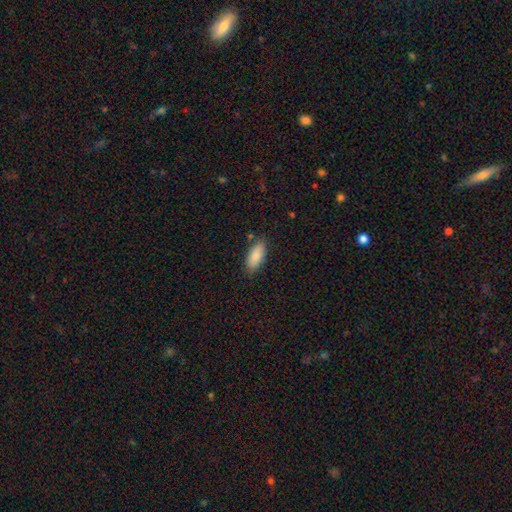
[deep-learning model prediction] Q: Smooth or featured?
A: smooth (89%); runner-up: star or artifact (6%)
Q: How rounded?
A: in between (85%); runner-up: cigar-shaped (13%)
Q: Merging?
A: none (84%); runner-up: minor disturbance (12%)